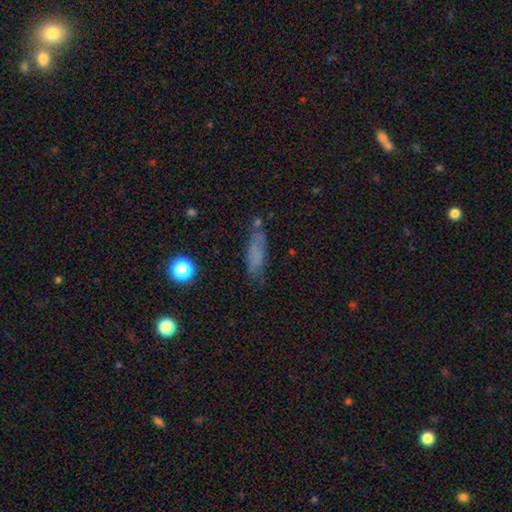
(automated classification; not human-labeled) A smooth galaxy with no disk features (64%) that is in between round and cigar-shaped (53%). Merging: none (60%).